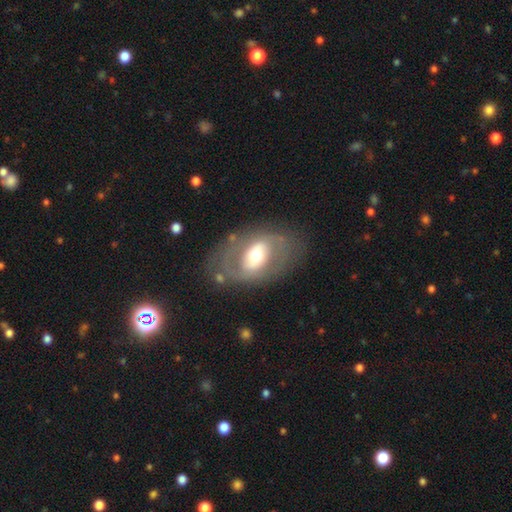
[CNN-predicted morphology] featured or disk 65%, smooth 28%, star or artifact 6%. Down the decision tree: edge-on disk — no (93%); bar — no (37%); spiral arms — no (51%); bulge size — moderate (63%); merging — none (71%).